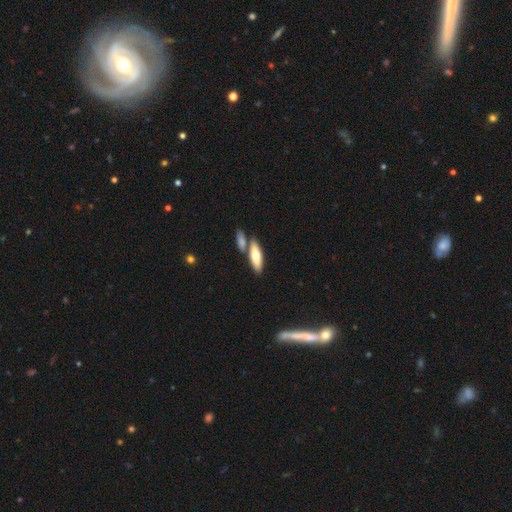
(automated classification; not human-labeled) Smooth or featured? smooth (67%)
How rounded? in between (52%)
Merging? none (59%)